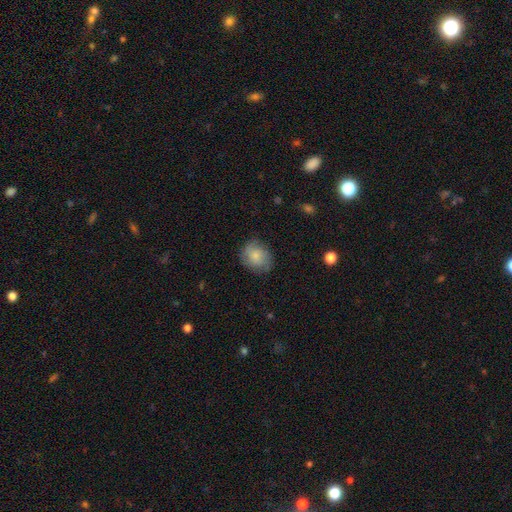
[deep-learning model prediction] Morphology: type=smooth (79%); roundness=round (55%); merging=none (76%).